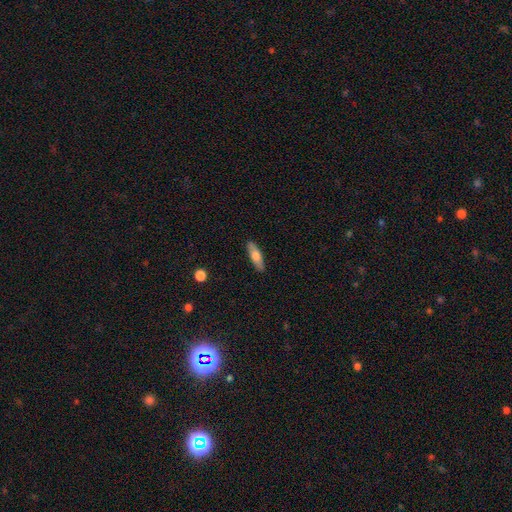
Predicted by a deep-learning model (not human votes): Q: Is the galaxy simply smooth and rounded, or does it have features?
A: smooth — 63%.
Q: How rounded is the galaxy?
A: cigar-shaped — 54%.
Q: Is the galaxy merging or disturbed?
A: none — 88%.